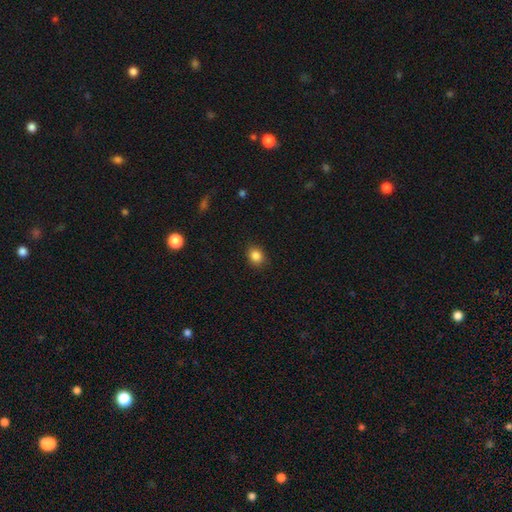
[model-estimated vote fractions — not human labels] Smooth or featured: smooth — 85% (star or artifact — 10%)
How rounded: round — 59% (in between — 40%)
Merging: none — 87% (minor disturbance — 9%)